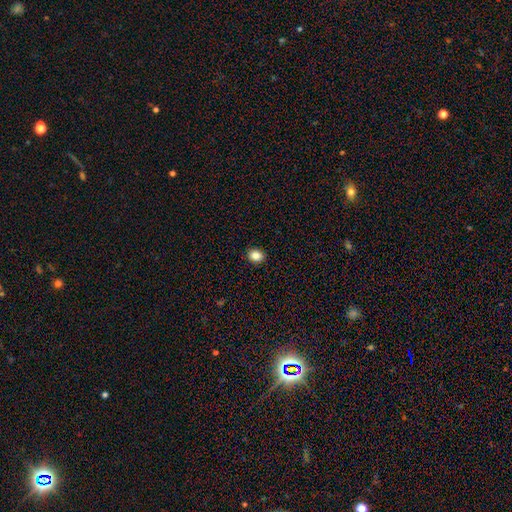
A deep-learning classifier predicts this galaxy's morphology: Smooth or featured?
  - smooth: 85% *
  - star or artifact: 10%
  - featured or disk: 5%
How rounded?
  - round: 57% *
  - in between: 42%
  - cigar-shaped: 1%
Merging?
  - none: 92% *
  - minor disturbance: 6%
  - major disturbance: 2%
  - merger: 1%